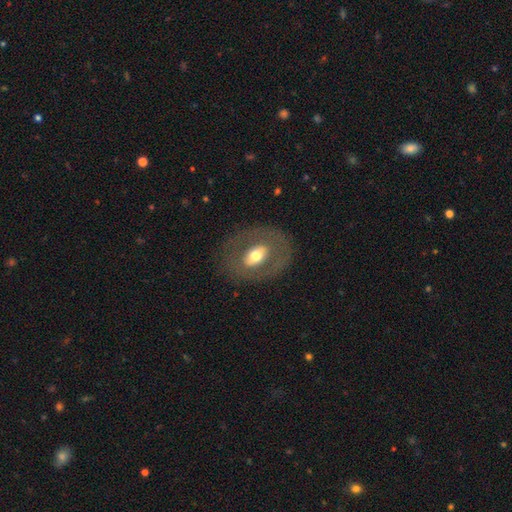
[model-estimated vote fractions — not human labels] Smooth or featured? Predicted: featured or disk (p=0.48). Merging? Predicted: none (p=0.78).